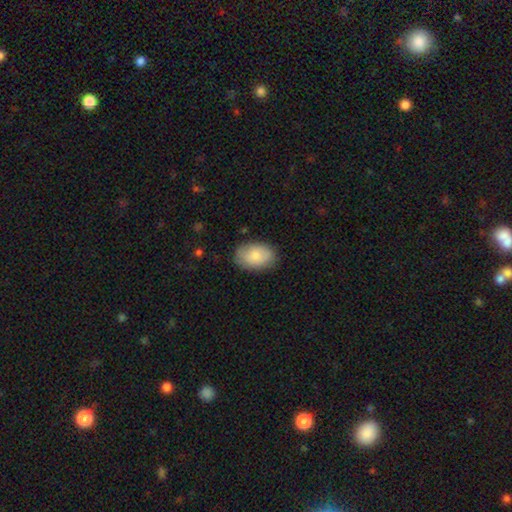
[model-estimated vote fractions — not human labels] This appears to be a smooth galaxy with no disk features (83%) that is in between round and cigar-shaped (88%). Merging: none (82%).